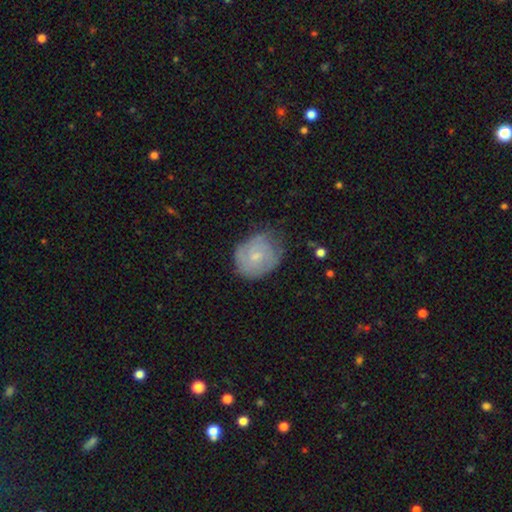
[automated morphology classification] Smooth or featured? Predicted: smooth (p=0.51). How rounded? Predicted: round (p=0.65). Merging? Predicted: none (p=0.53).